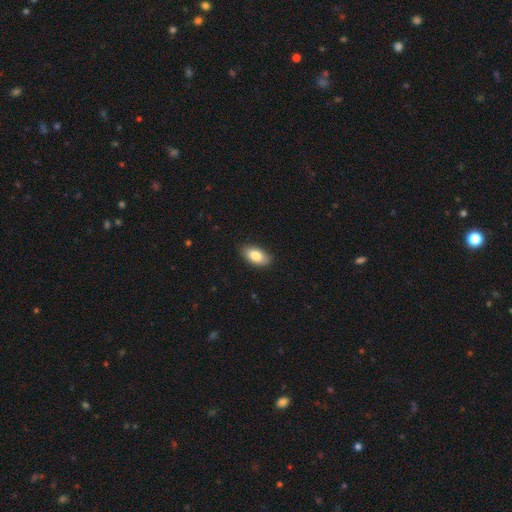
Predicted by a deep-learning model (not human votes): smooth 84%, featured or disk 9%, star or artifact 7%. Down the decision tree: how rounded — in between (92%); merging — none (86%).